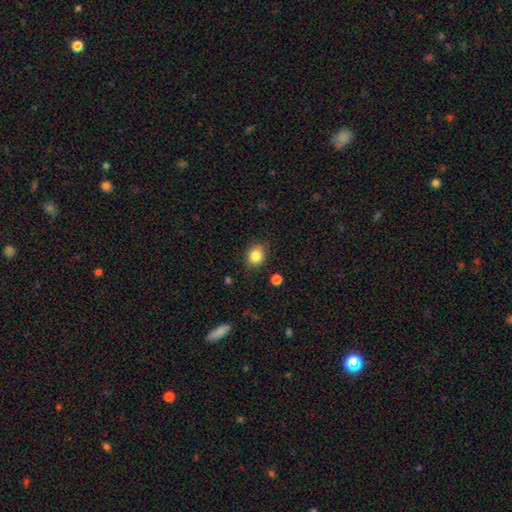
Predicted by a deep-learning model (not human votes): Smooth or featured? smooth (84%)
How rounded? round (63%)
Merging? none (84%)